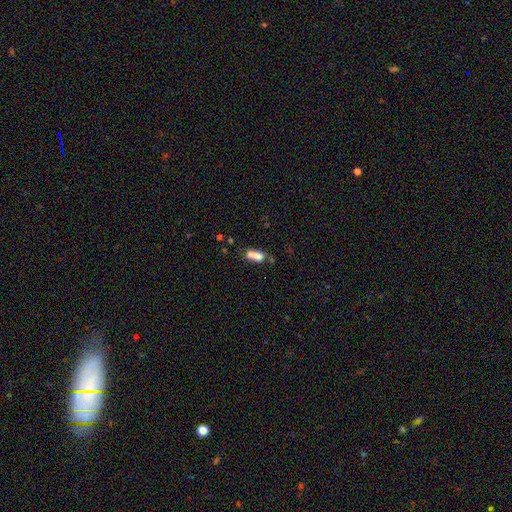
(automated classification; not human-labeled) A smooth galaxy with no disk features (71%) that is in between round and cigar-shaped (75%). Merging: merger (45%).